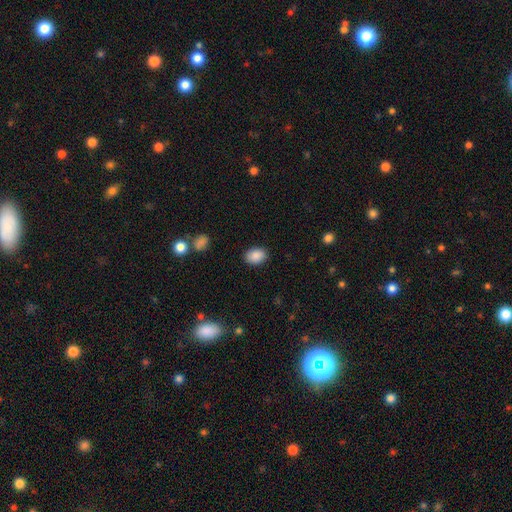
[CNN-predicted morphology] A smooth galaxy with no disk features (88%) that is in between round and cigar-shaped (74%). Merging: none (87%).